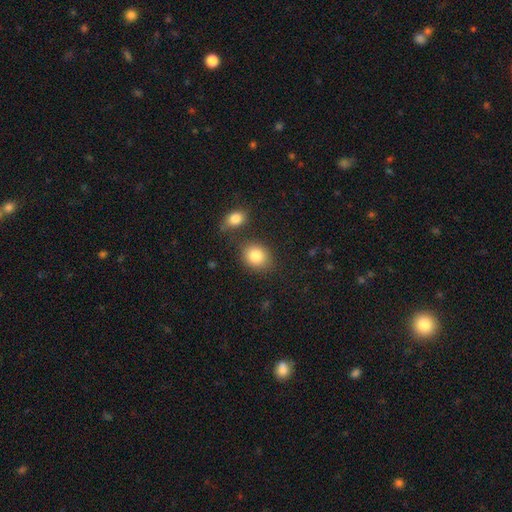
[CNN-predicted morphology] Smooth or featured? smooth (84%)
How rounded? round (51%)
Merging? none (73%)